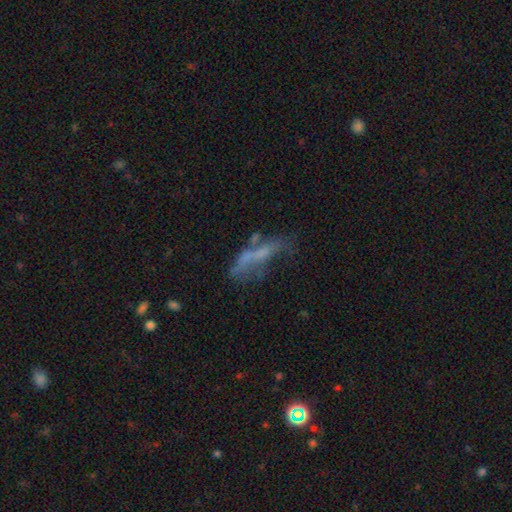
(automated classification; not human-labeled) A featured or disk galaxy (43%).

Vote fractions:
- Smooth or featured? featured or disk: 43% / smooth: 41% / star or artifact: 16%
- Merging? major disturbance: 33% / none: 31% / minor disturbance: 20% / merger: 15%